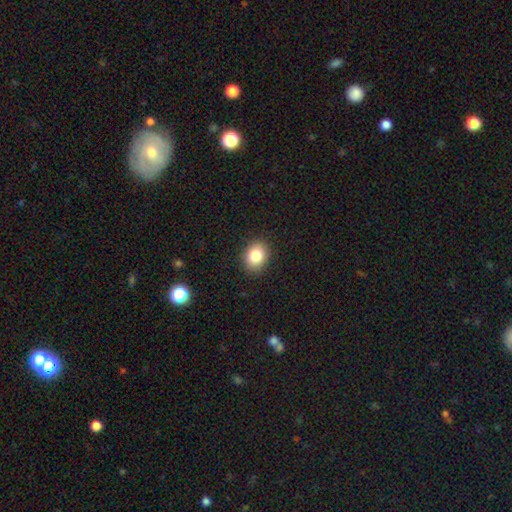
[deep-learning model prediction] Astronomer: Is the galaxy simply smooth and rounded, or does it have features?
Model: smooth — 83%.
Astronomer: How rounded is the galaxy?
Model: in between — 55% (runner-up: round, 44%).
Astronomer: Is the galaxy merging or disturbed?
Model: none — 89%.